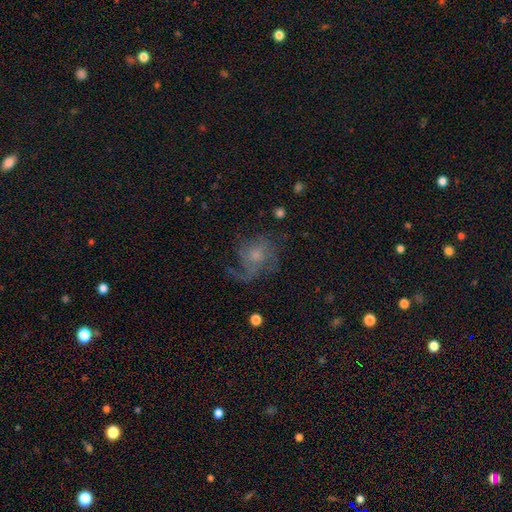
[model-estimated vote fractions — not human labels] Q: Smooth or featured?
A: featured or disk (63%); runner-up: smooth (25%)
Q: Edge-on disk?
A: no (97%); runner-up: yes (3%)
Q: Bar?
A: no (80%); runner-up: weak (18%)
Q: Spiral arms?
A: yes (82%); runner-up: no (18%)
Q: Spiral winding?
A: loose (40%); runner-up: medium (39%)
Q: Spiral arm count?
A: can't tell (29%); runner-up: 1 (24%)
Q: Bulge size?
A: small (52%); runner-up: moderate (34%)
Q: Merging?
A: none (48%); runner-up: major disturbance (31%)